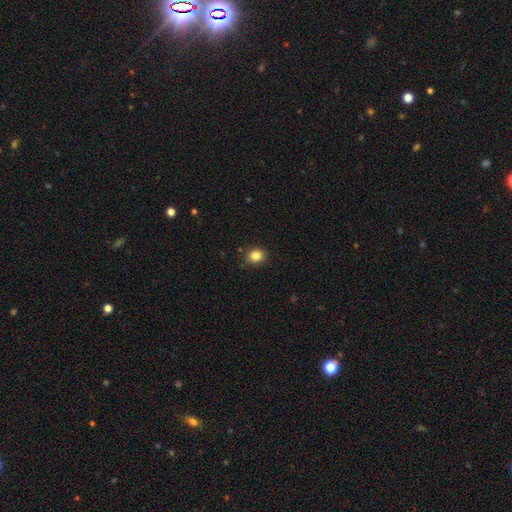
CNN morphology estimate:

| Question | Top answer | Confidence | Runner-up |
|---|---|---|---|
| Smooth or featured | smooth | 83% | star or artifact (11%) |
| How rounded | round | 76% | in between (24%) |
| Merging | none | 83% | minor disturbance (13%) |